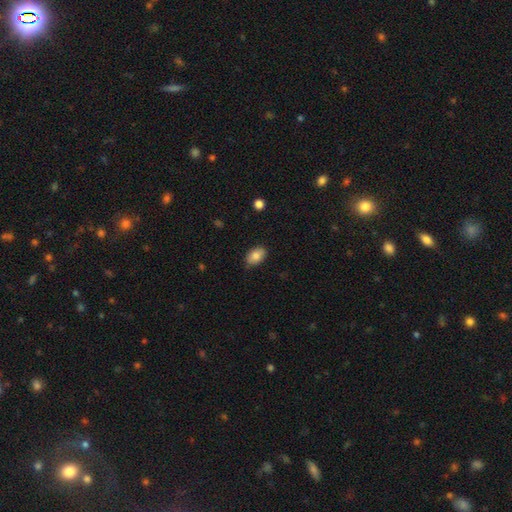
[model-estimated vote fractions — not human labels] Smooth or featured? Predicted: smooth (p=0.84). How rounded? Predicted: in between (p=0.87). Merging? Predicted: none (p=0.80).